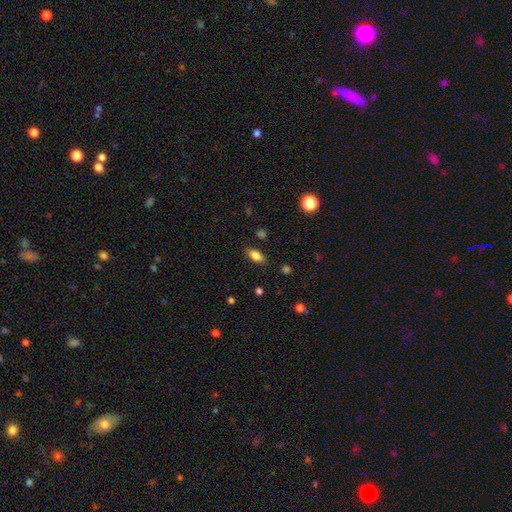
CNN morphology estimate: smooth-or-featured: smooth: 83% | featured or disk: 9% | star or artifact: 9%
  how-rounded: in between: 85% | cigar-shaped: 11% | round: 4%
  merging: none: 86% | minor disturbance: 10% | major disturbance: 3% | merger: 1%